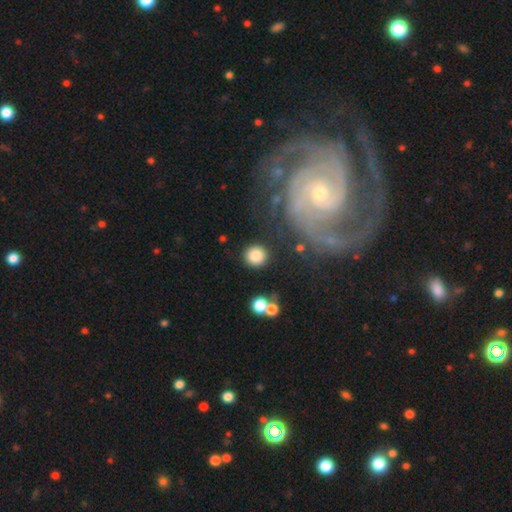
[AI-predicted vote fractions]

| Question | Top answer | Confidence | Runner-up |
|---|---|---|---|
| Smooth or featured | smooth | 84% | star or artifact (9%) |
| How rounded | round | 92% | in between (7%) |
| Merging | none | 84% | minor disturbance (8%) |